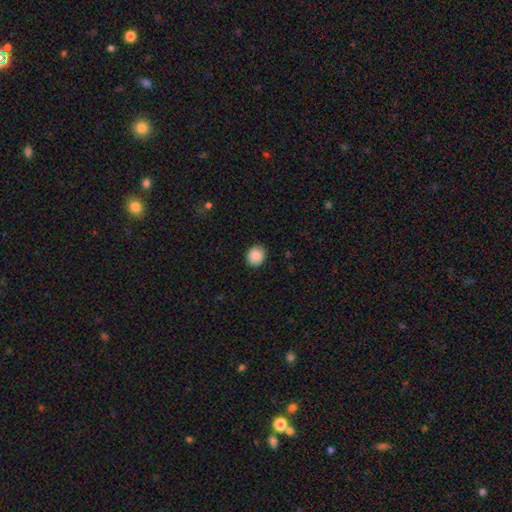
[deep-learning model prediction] This appears to be a smooth galaxy with no disk features (89%) that is round (77%). Merging: none (90%).